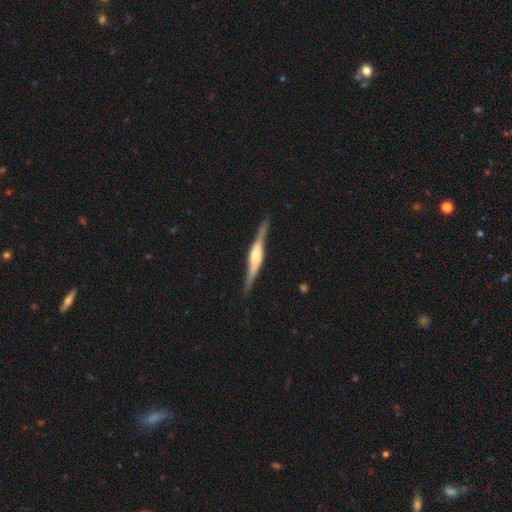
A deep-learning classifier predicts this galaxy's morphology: featured or disk 80%, smooth 16%, star or artifact 5%. Down the decision tree: edge-on disk — yes (96%); edge-on bulge — rounded (58%); merging — none (84%).